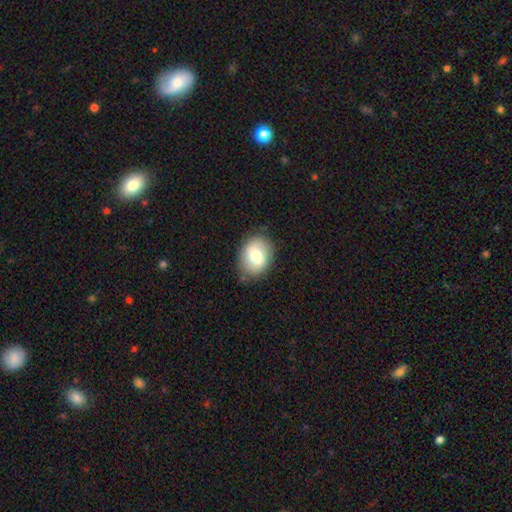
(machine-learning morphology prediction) Smooth or featured: smooth — 71% (featured or disk — 22%)
How rounded: in between — 54% (round — 45%)
Merging: none — 82% (minor disturbance — 13%)